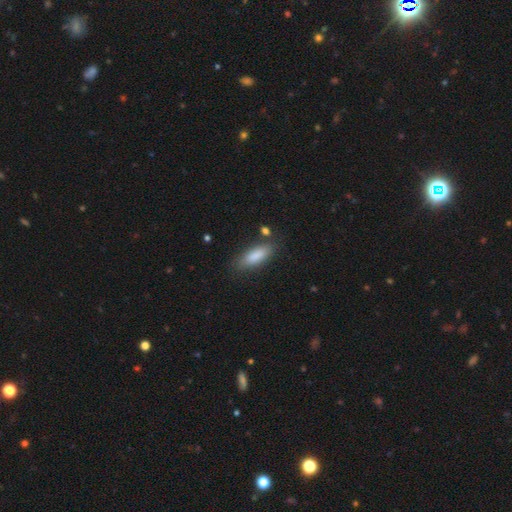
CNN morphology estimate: Overall: smooth (85%). How rounded: in between (65%; cigar-shaped 33%). Merging: none (79%).